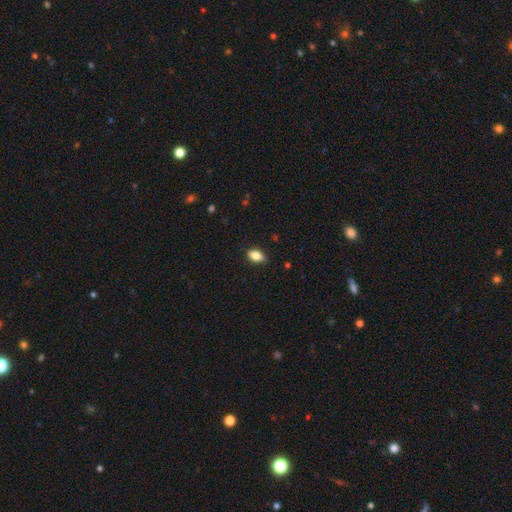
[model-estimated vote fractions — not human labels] Morphology: type=smooth (81%); roundness=in between (87%); merging=none (86%).